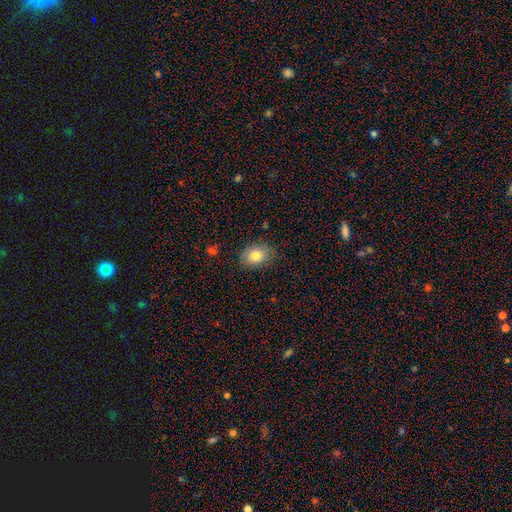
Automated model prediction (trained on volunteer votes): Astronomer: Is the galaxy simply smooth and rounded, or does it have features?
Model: smooth — 81%.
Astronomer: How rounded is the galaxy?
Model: in between — 71%.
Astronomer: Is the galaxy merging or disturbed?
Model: none — 83%.